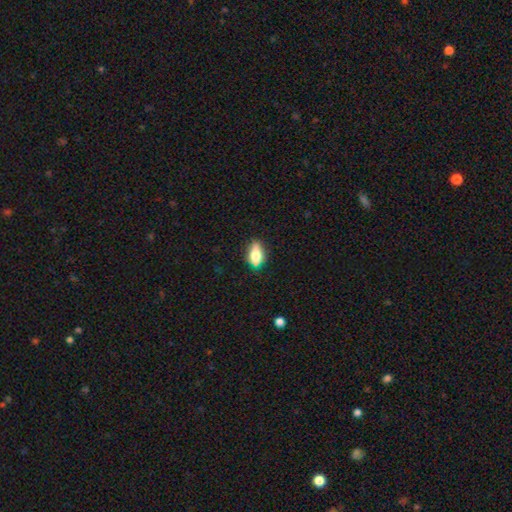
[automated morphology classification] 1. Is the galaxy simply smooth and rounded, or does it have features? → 70% smooth, 21% featured or disk, 9% star or artifact.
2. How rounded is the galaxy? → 82% in between, 12% round, 6% cigar-shaped.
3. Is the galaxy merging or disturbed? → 64% none, 27% minor disturbance, 6% major disturbance, 3% merger.